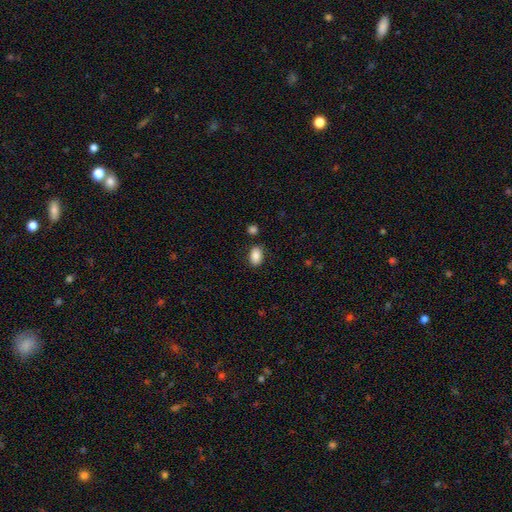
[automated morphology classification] Q: Smooth or featured?
A: smooth (86%); runner-up: star or artifact (8%)
Q: How rounded?
A: in between (87%); runner-up: round (12%)
Q: Merging?
A: none (83%); runner-up: minor disturbance (11%)